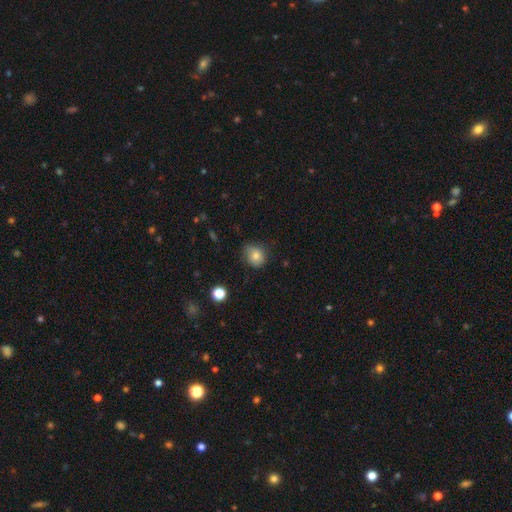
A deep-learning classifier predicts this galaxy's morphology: Smooth or featured? smooth (80%)
How rounded? round (72%)
Merging? none (64%)